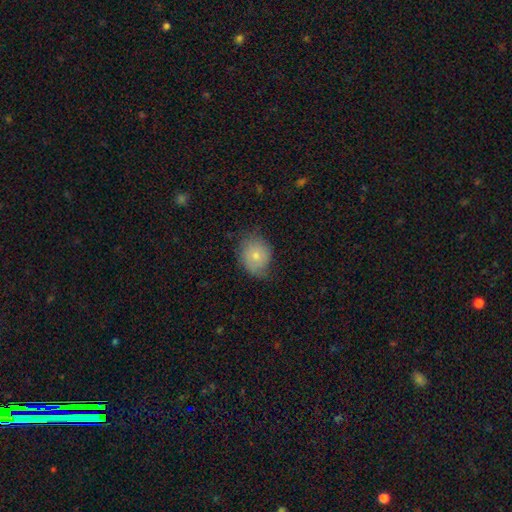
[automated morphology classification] A smooth galaxy with no disk features (73%) that is round (58%). Merging: none (60%).